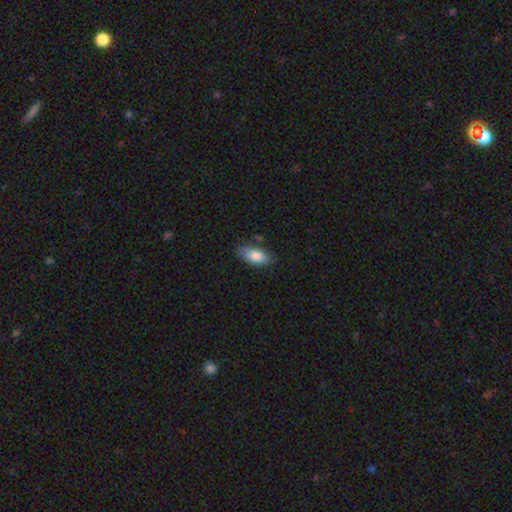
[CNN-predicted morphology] Smooth or featured? Predicted: smooth (p=0.83). How rounded? Predicted: in between (p=0.88). Merging? Predicted: none (p=0.77).